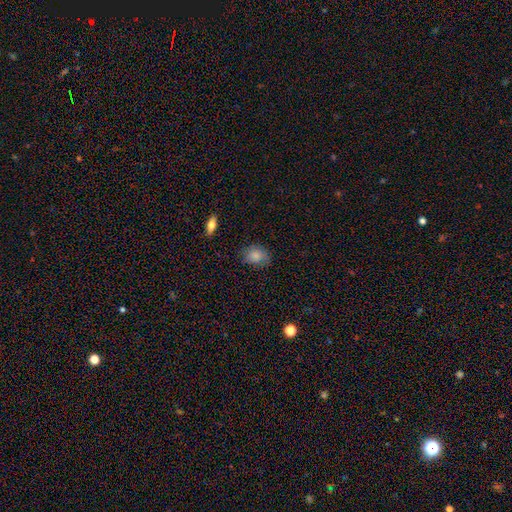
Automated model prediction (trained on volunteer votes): smooth_or_featured: smooth (p=0.84) [alt: star or artifact p=0.09]
how_rounded: in between (p=0.56) [alt: round p=0.43]
merging: none (p=0.72) [alt: minor disturbance p=0.22]